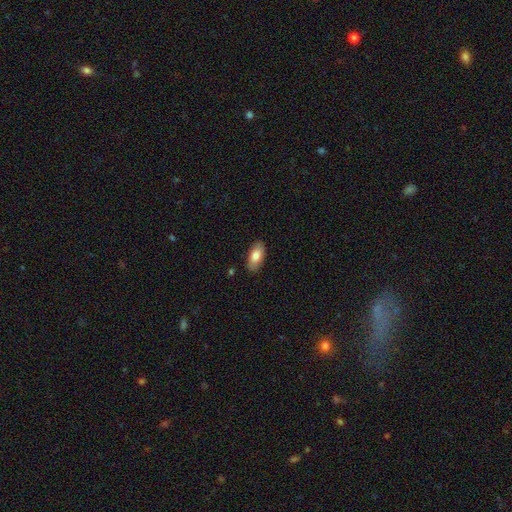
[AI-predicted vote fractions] A smooth galaxy with no disk features (81%) that is in between round and cigar-shaped (90%).

Vote fractions:
- Smooth or featured? smooth: 81% / featured or disk: 13% / star or artifact: 6%
- How rounded? in between: 90% / cigar-shaped: 8% / round: 3%
- Merging? none: 86% / minor disturbance: 10% / major disturbance: 2% / merger: 1%